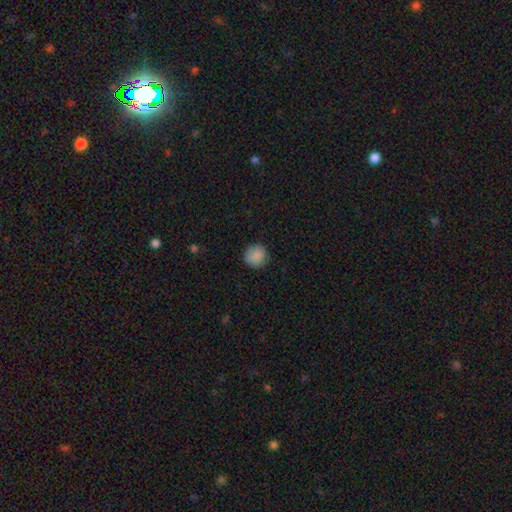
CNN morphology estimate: Smooth or featured?
  - smooth: 88% *
  - star or artifact: 8%
  - featured or disk: 4%
How rounded?
  - round: 90% *
  - in between: 9%
  - cigar-shaped: 1%
Merging?
  - none: 85% *
  - minor disturbance: 11%
  - major disturbance: 3%
  - merger: 1%